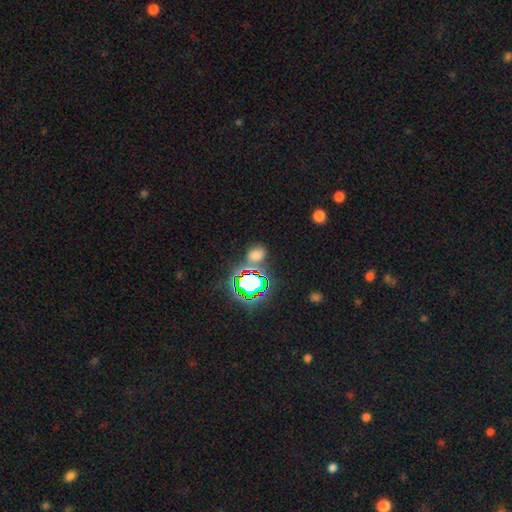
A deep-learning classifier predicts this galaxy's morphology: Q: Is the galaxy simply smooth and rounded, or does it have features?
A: smooth — 52%.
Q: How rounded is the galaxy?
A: in between — 51%.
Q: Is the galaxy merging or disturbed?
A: none — 67%.